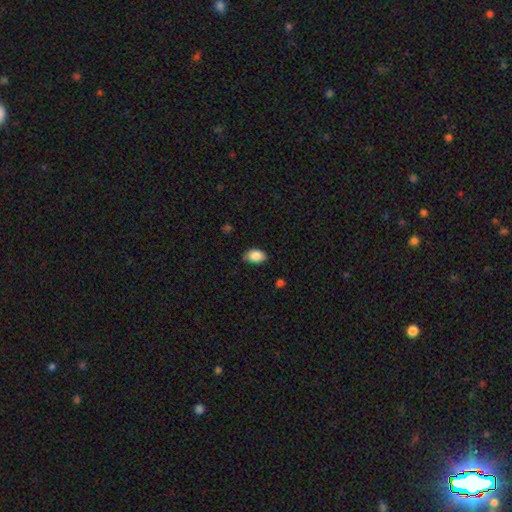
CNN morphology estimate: Overall: smooth (87%). How rounded: in between (88%). Merging: none (78%).